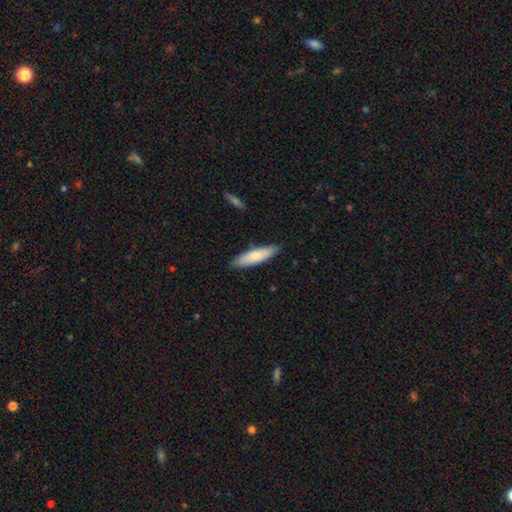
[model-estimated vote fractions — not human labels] Q: Smooth or featured?
A: smooth (77%); runner-up: featured or disk (18%)
Q: How rounded?
A: cigar-shaped (65%); runner-up: in between (33%)
Q: Merging?
A: none (85%); runner-up: minor disturbance (11%)